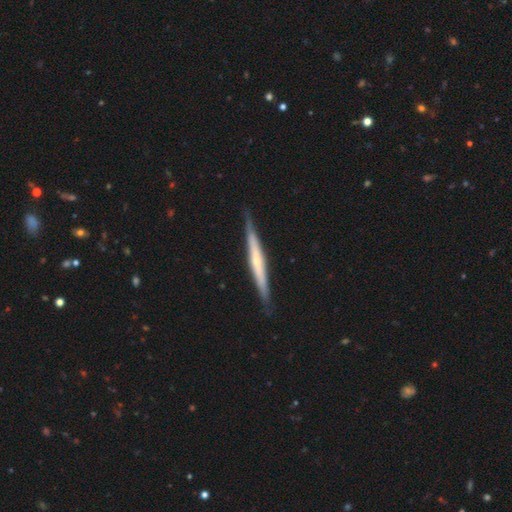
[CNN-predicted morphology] smooth_or_featured: featured or disk (p=0.70) [alt: smooth p=0.25]
disk_edge_on: yes (p=0.96) [alt: no p=0.04]
edge_on_bulge: rounded (p=0.53) [alt: none p=0.40]
merging: none (p=0.88) [alt: minor disturbance p=0.10]